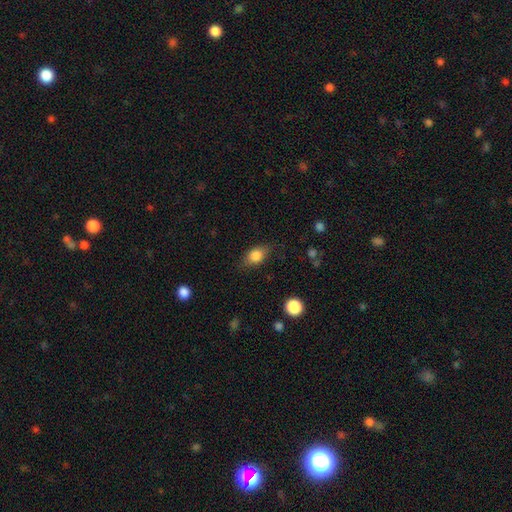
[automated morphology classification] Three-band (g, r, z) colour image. It shows a smooth galaxy with no disk features (81%) that is in between round and cigar-shaped (77%). Merging: none (76%).